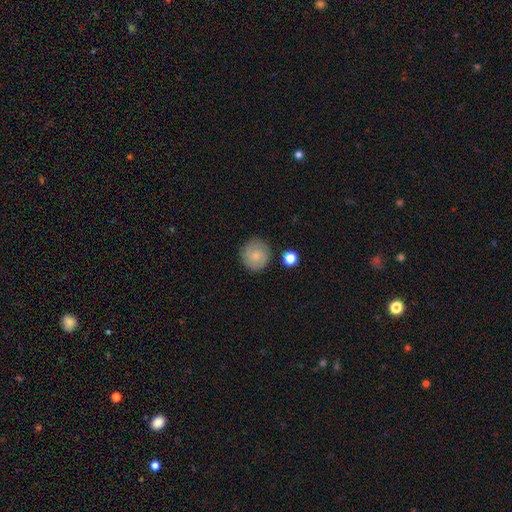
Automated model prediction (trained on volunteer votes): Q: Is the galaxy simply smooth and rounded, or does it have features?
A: smooth — 57%.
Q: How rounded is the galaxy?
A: round — 91%.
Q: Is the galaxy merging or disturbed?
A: none — 83%.